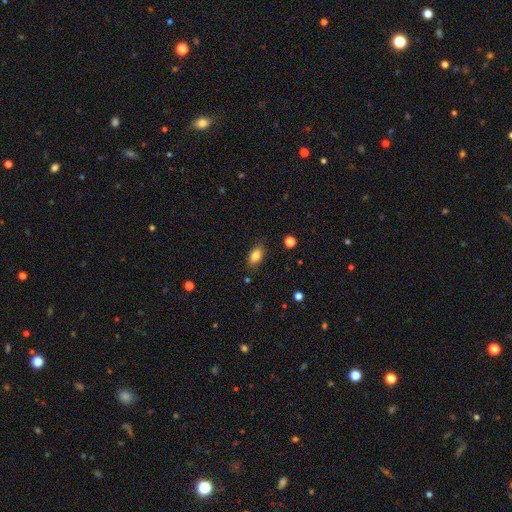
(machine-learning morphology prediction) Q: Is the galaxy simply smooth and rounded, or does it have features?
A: smooth — 81%.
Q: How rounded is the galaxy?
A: in between — 87%.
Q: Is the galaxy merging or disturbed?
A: none — 84%.